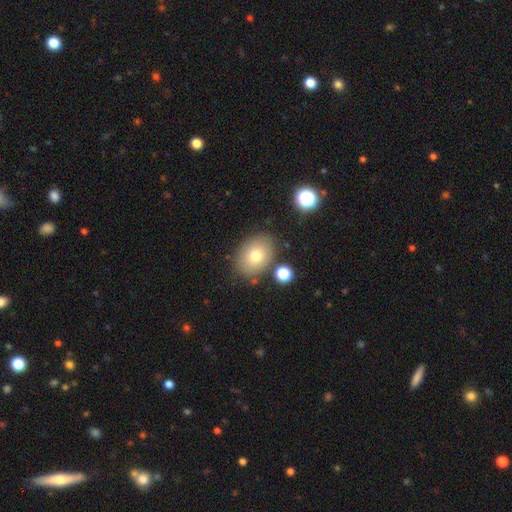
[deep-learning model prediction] smooth-or-featured: smooth: 75% | featured or disk: 15% | star or artifact: 10%
  how-rounded: in between: 65% | round: 34% | cigar-shaped: 1%
  merging: none: 79% | minor disturbance: 12% | merger: 5% | major disturbance: 3%